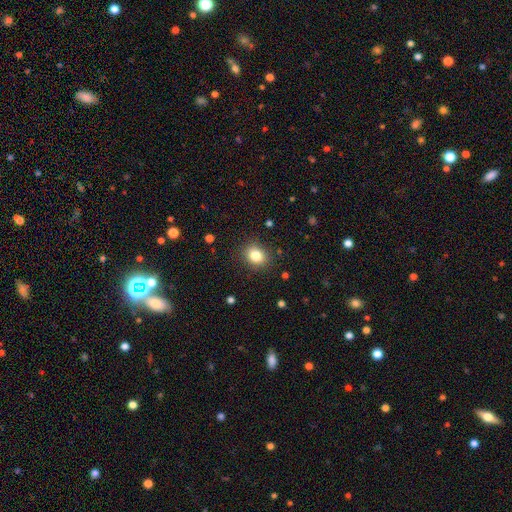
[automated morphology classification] type=smooth (82%); roundness=round (64%); merging=none (87%).